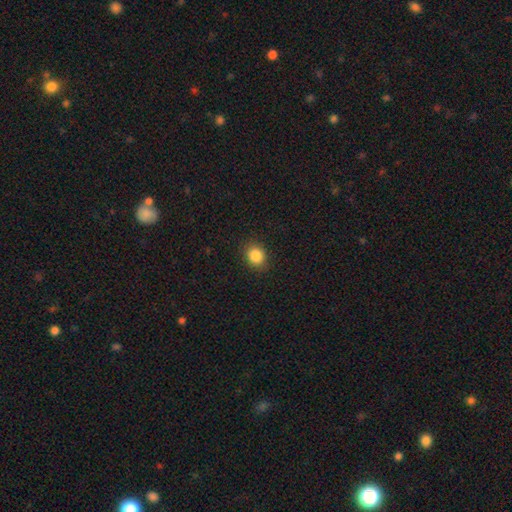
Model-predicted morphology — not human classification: This is clearly a smooth galaxy (86%). How rounded: likely round (68%). Merging: clearly none (89%).